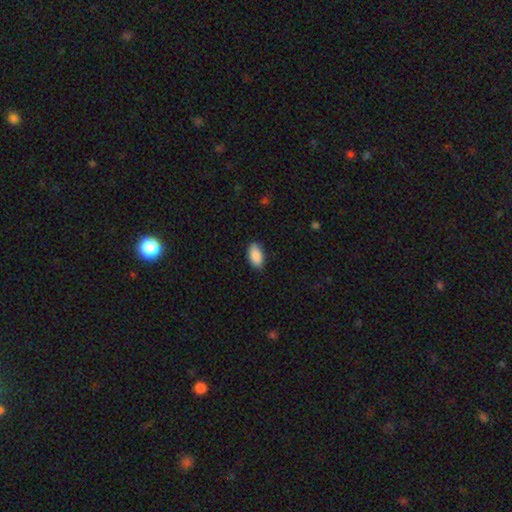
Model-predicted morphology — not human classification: A smooth galaxy with no disk features (89%) that is in between round and cigar-shaped (94%).

Vote fractions:
- Smooth or featured? smooth: 89% / star or artifact: 6% / featured or disk: 4%
- How rounded? in between: 94% / round: 3% / cigar-shaped: 3%
- Merging? none: 86% / minor disturbance: 11% / major disturbance: 2% / merger: 1%